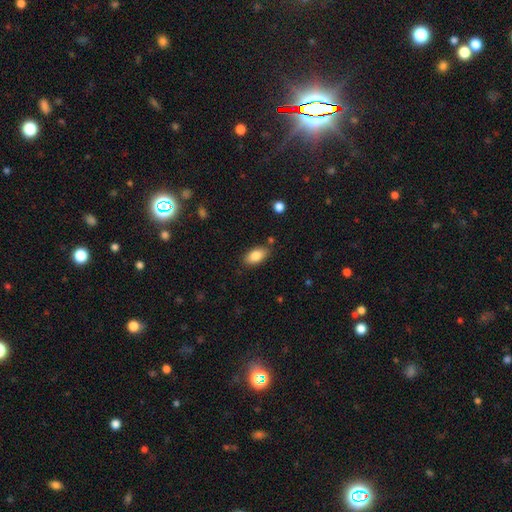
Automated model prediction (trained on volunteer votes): The model was most divided on "merging": none: 82%, minor disturbance: 12%, merger: 3%, major disturbance: 3%. More confident: how rounded — in between (92%); smooth or featured — smooth (84%).